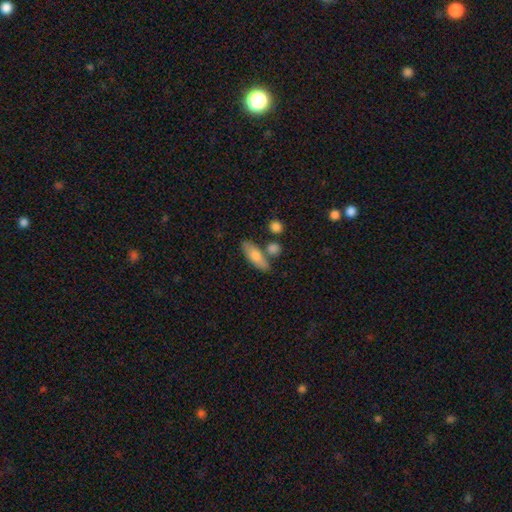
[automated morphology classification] A smooth galaxy with no disk features (75%) that is in between round and cigar-shaped (67%). Merging: none (69%).